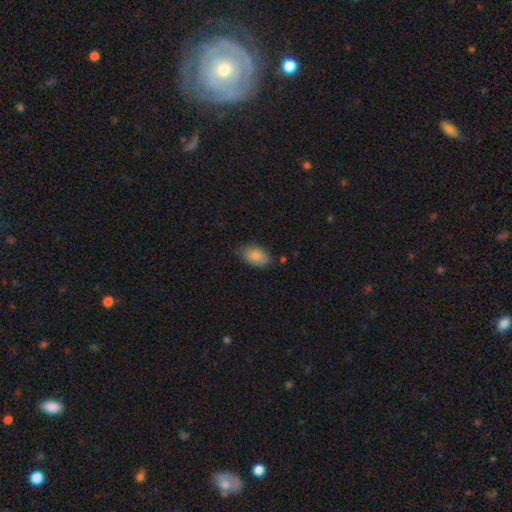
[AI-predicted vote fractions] A smooth galaxy with no disk features (87%) that is in between round and cigar-shaped (92%). Merging: none (72%).